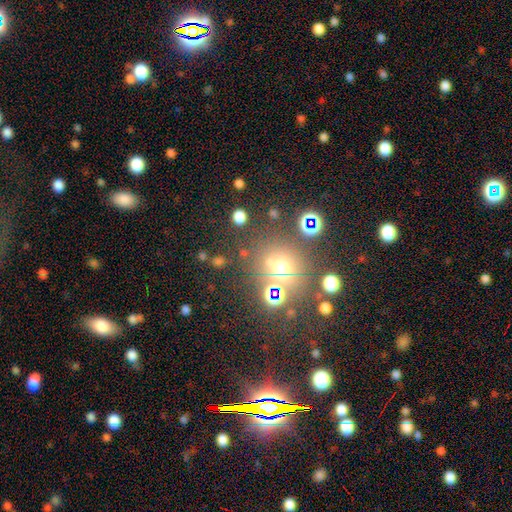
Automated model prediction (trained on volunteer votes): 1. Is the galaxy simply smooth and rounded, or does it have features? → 46% star or artifact, 39% smooth, 15% featured or disk.